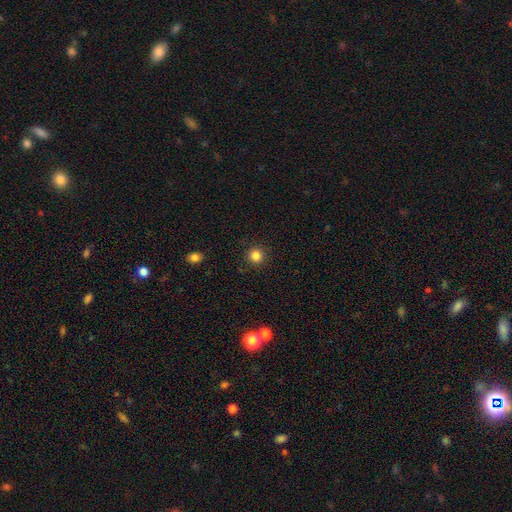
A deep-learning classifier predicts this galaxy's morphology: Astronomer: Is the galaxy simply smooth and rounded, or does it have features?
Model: smooth — 84%.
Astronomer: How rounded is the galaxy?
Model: round — 95%.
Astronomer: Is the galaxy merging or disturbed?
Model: none — 91%.